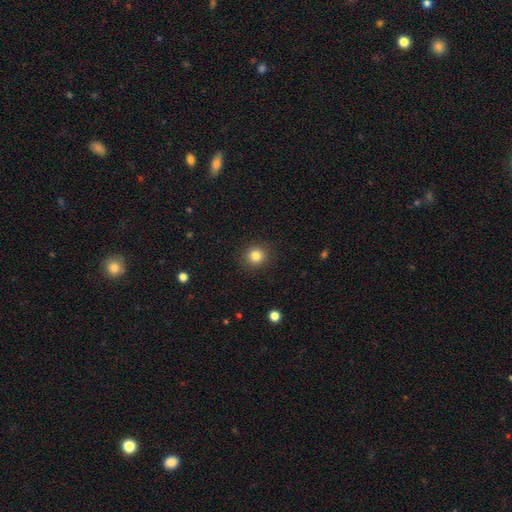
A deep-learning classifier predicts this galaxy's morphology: smooth_or_featured: smooth (p=0.82) [alt: star or artifact p=0.12]
how_rounded: round (p=0.91) [alt: in between p=0.08]
merging: none (p=0.91) [alt: minor disturbance p=0.06]